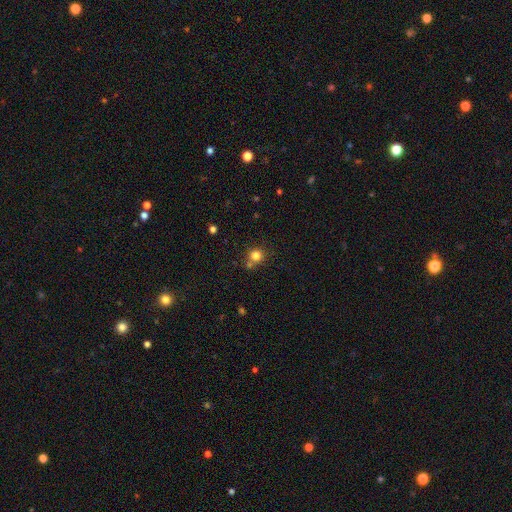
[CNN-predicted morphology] Smooth or featured: smooth — 80% (star or artifact — 13%)
How rounded: round — 90% (in between — 9%)
Merging: none — 68% (merger — 19%)